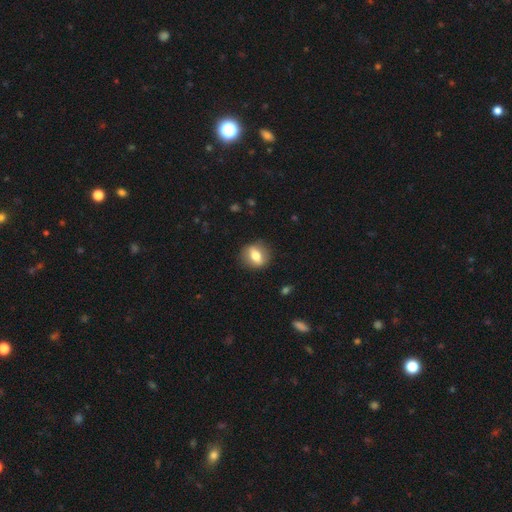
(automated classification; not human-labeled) This is likely a smooth galaxy (61%). How rounded: possibly round (55%). Merging: clearly none (85%).